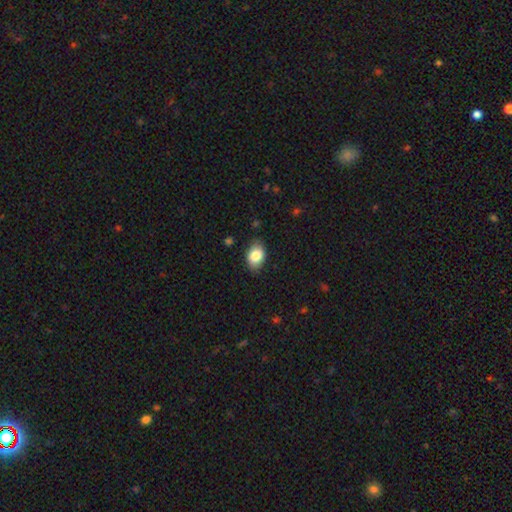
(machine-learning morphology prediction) The model was most divided on "how rounded": in between: 80%, round: 19%, cigar-shaped: 1%. More confident: smooth or featured — smooth (84%); merging — none (83%).